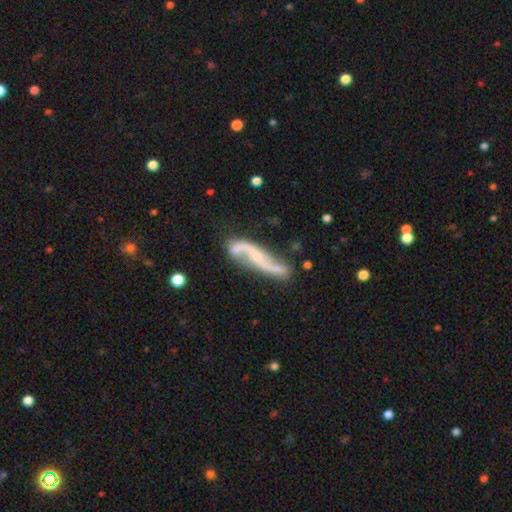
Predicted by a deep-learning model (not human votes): This is clearly a featured or disk galaxy (85%). It is clearly not viewed edge-on (85%). Bar: possibly no (51%). Spiral arm pattern: clearly yes (95%). Spiral arm count: clearly 2 (92%). Spiral winding: likely loose (76%). Central bulge: likely small (63%). Merging: likely none (68%).